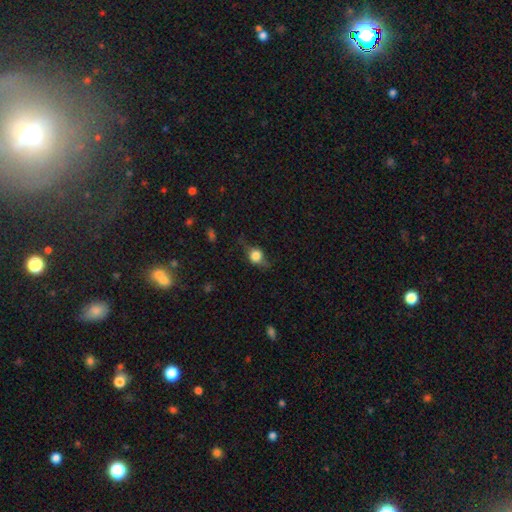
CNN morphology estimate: A smooth galaxy with no disk features (60%) that is round (61%).

Vote fractions:
- Smooth or featured? smooth: 60% / featured or disk: 30% / star or artifact: 11%
- How rounded? round: 61% / in between: 35% / cigar-shaped: 4%
- Merging? none: 62% / minor disturbance: 25% / major disturbance: 11% / merger: 2%